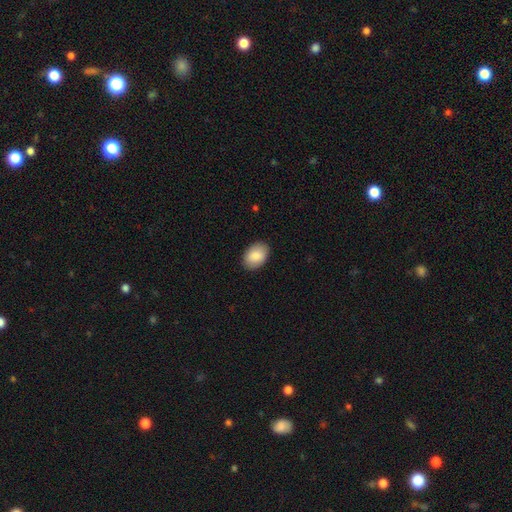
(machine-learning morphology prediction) Smooth or featured? Predicted: smooth (p=0.87). How rounded? Predicted: in between (p=0.86). Merging? Predicted: none (p=0.89).